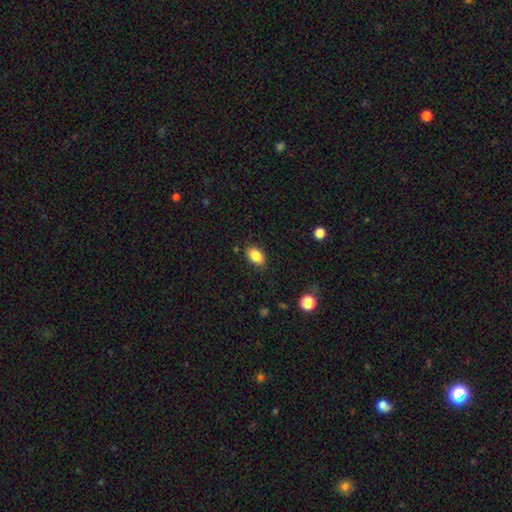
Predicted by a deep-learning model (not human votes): Smooth or featured? Predicted: smooth (p=0.87). How rounded? Predicted: in between (p=0.88). Merging? Predicted: none (p=0.84).